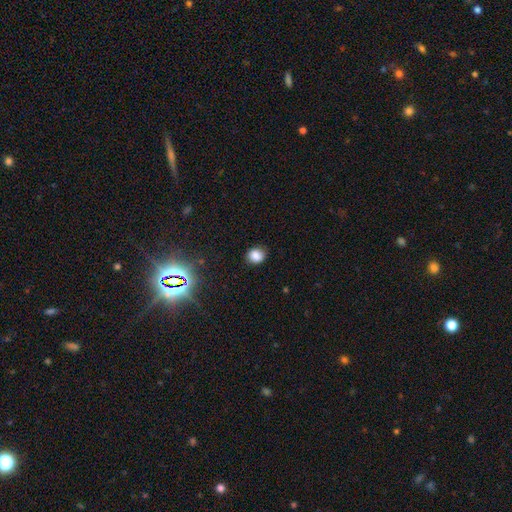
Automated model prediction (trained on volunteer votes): smooth-or-featured: smooth: 83% | star or artifact: 12% | featured or disk: 5%
  how-rounded: round: 66% | in between: 33% | cigar-shaped: 1%
  merging: none: 85% | minor disturbance: 11% | major disturbance: 3% | merger: 1%